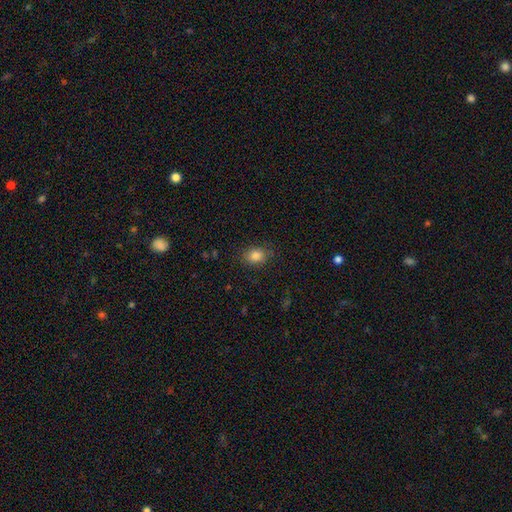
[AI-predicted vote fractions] This appears to be a smooth galaxy with no disk features (84%) that is in between round and cigar-shaped (57%). Merging: none (84%).